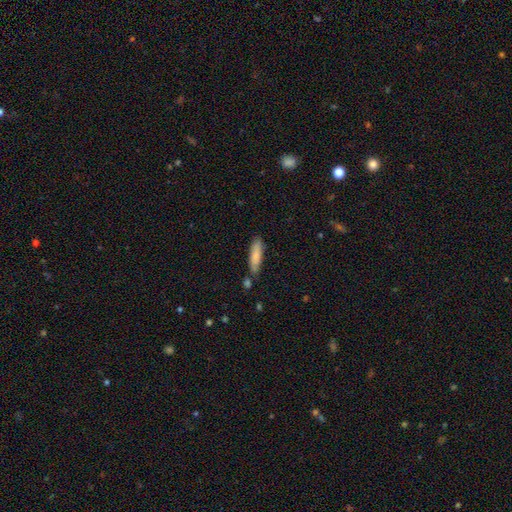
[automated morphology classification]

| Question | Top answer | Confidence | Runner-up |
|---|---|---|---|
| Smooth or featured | smooth | 82% | featured or disk (12%) |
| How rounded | cigar-shaped | 72% | in between (27%) |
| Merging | none | 71% | minor disturbance (18%) |